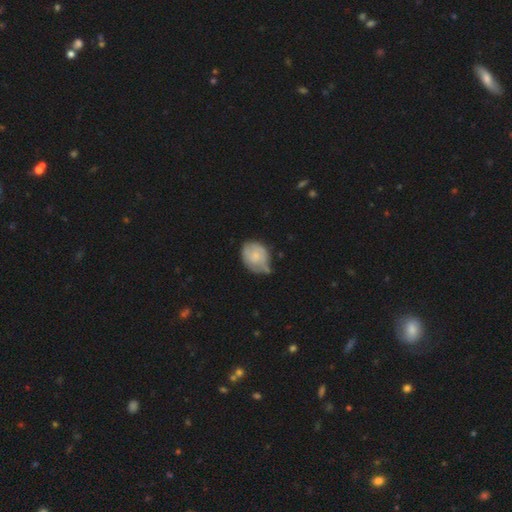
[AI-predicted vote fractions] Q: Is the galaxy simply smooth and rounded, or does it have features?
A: smooth — 56%.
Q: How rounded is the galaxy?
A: round — 50%.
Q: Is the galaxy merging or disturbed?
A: minor disturbance — 42%.